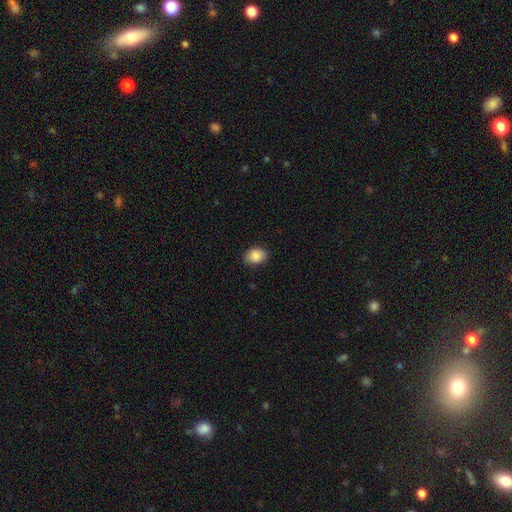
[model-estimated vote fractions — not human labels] This is clearly a smooth galaxy (88%). How rounded: likely in between (74%). Merging: clearly none (87%).